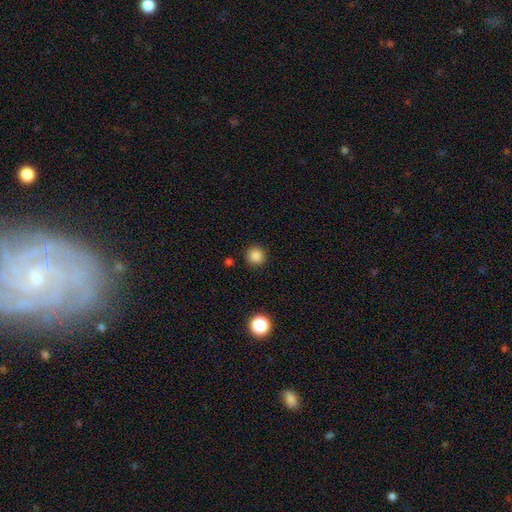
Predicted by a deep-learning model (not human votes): This appears to be a smooth galaxy with no disk features (85%) that is round (95%). Merging: none (90%).